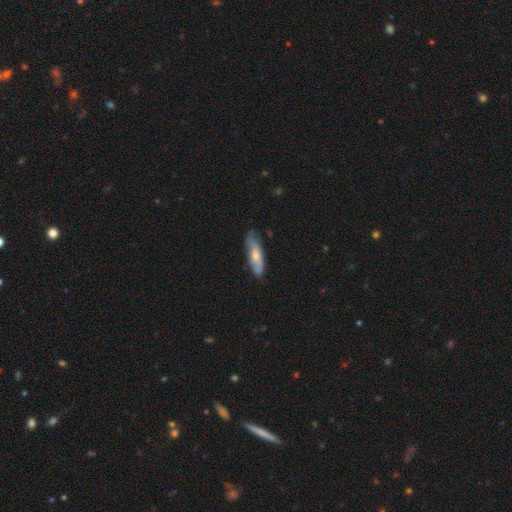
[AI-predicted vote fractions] Smooth or featured?
  - featured or disk: 52% *
  - smooth: 40%
  - star or artifact: 9%
Edge-on disk?
  - yes: 50% * (tied)
  - no: 50% * (tied)
Merging?
  - none: 82% *
  - minor disturbance: 14%
  - major disturbance: 3%
  - merger: 1%